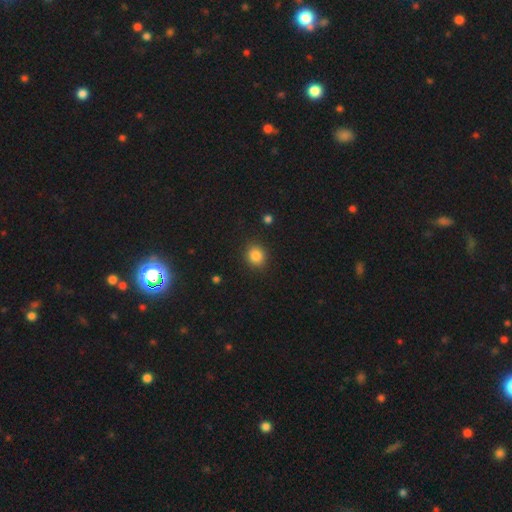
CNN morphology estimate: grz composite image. It shows a smooth galaxy with no disk features (85%) that is round (78%). Merging: none (89%).